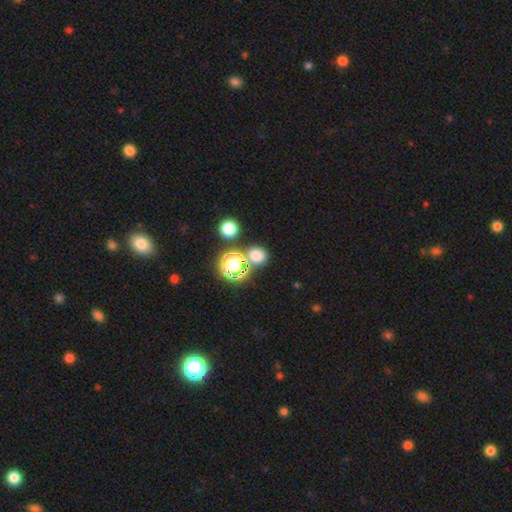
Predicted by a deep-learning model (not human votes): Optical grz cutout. It shows a smooth galaxy with no disk features (70%) that is round (82%). Merging: none (68%).